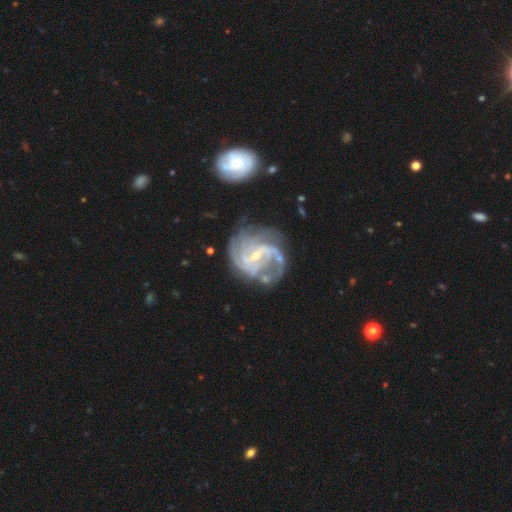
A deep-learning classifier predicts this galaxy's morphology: smooth_or_featured: featured or disk (p=0.90) [alt: star or artifact p=0.06]
disk_edge_on: no (p=0.98) [alt: yes p=0.02]
bar: weak (p=0.47) [alt: strong p=0.28]
has_spiral_arms: yes (p=0.97) [alt: no p=0.03]
spiral_winding: medium (p=0.45) [alt: tight p=0.42]
spiral_arm_count: 2 (p=0.28) [alt: 3 p=0.24]
bulge_size: small (p=0.72) [alt: moderate p=0.24]
merging: none (p=0.54) [alt: minor disturbance p=0.21]